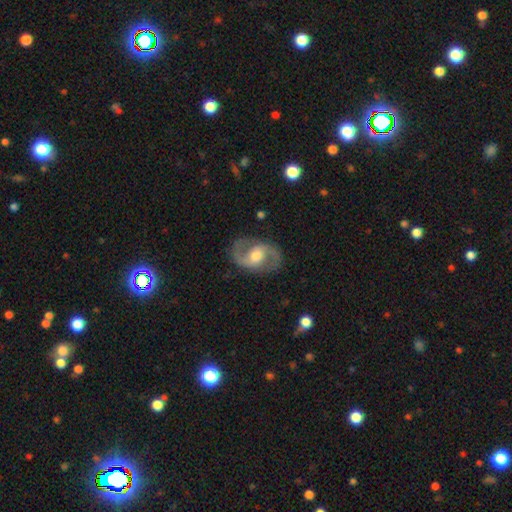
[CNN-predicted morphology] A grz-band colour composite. It shows a featured or disk galaxy (86%) with a weak bar (45%), 2 (93%) medium (54%) spiral arms (94%) and a moderate central bulge (69%). Merging: none (84%).